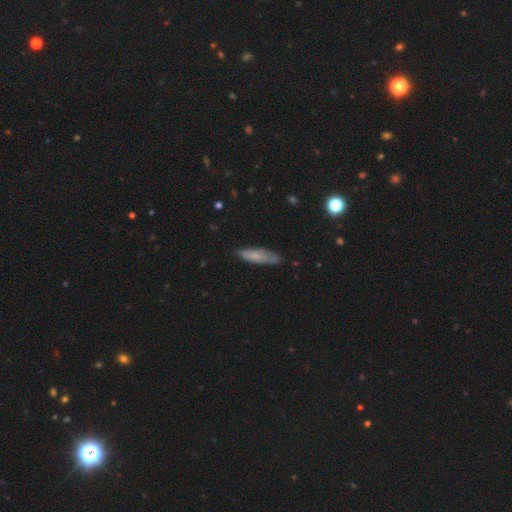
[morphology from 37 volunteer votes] type=smooth (76%); roundness=in between (64%); merging=none (74%).